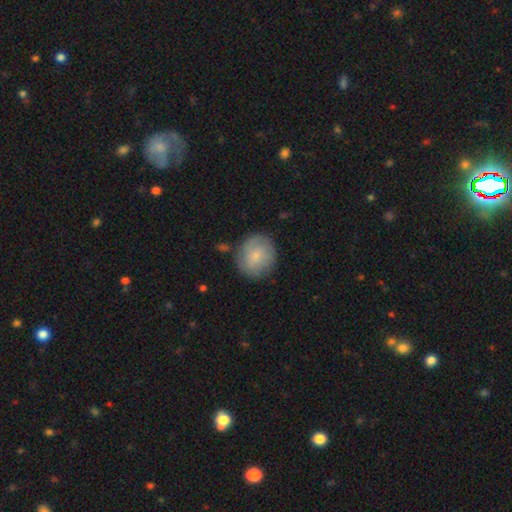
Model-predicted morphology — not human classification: A smooth galaxy with no disk features (68%) that is round (83%). Merging: none (76%).